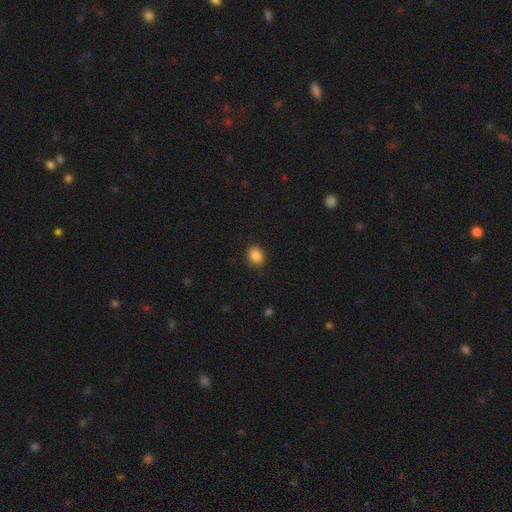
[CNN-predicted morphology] This is clearly a smooth galaxy (87%). How rounded: possibly round (55%). Merging: clearly none (86%).